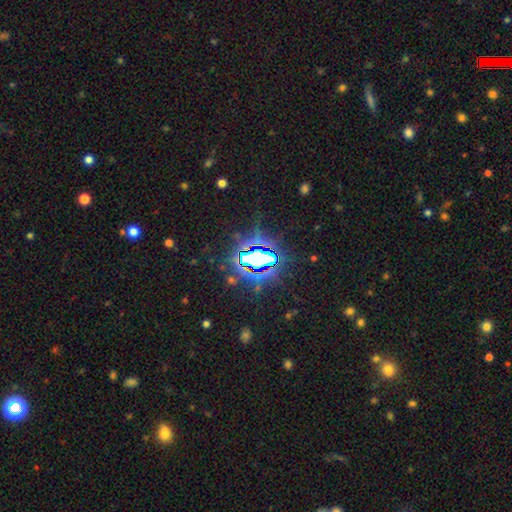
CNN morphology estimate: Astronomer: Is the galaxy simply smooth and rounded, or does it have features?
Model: star or artifact — 75%.